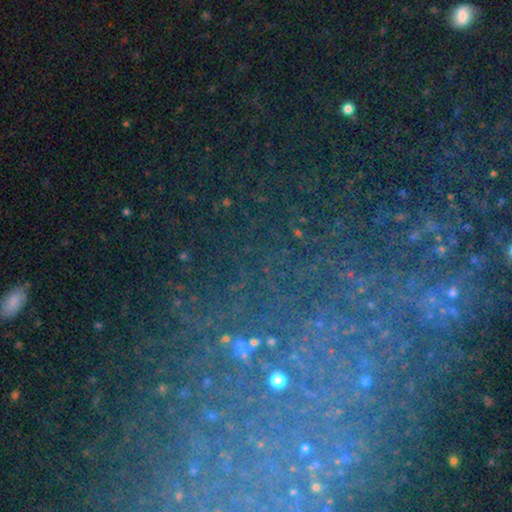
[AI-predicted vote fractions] A star or artifact, not a galaxy (67%).

Vote fractions:
- Smooth or featured? star or artifact: 67% / featured or disk: 19% / smooth: 14%